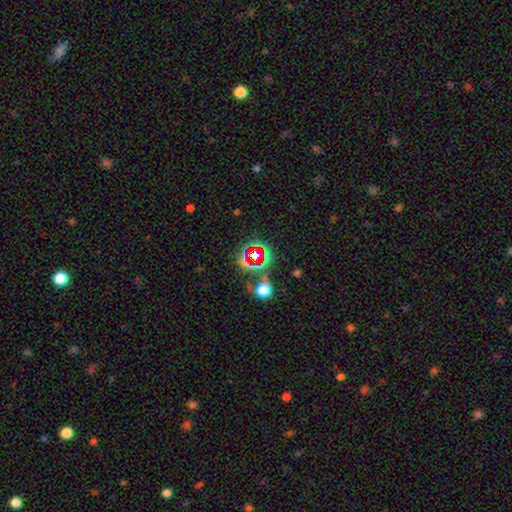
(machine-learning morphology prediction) A star or artifact, not a galaxy (63%).

Vote fractions:
- Smooth or featured? star or artifact: 63% / smooth: 22% / featured or disk: 15%